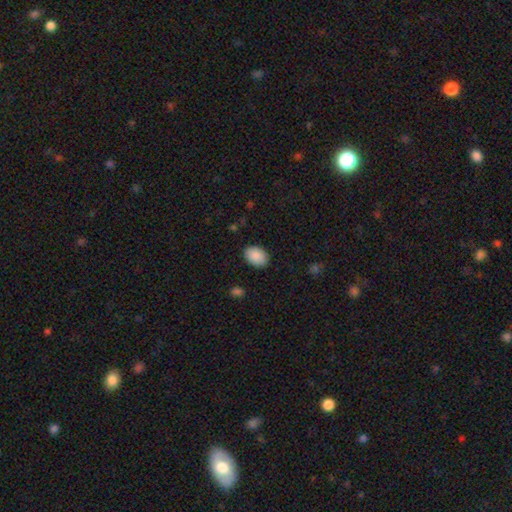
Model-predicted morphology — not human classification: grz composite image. It shows a smooth galaxy with no disk features (90%) that is in between round and cigar-shaped (83%). Merging: none (87%).